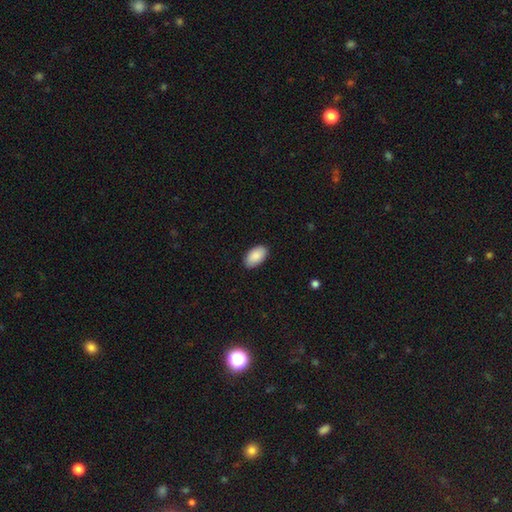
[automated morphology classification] Smooth or featured? Predicted: smooth (p=0.90). How rounded? Predicted: in between (p=0.96). Merging? Predicted: none (p=0.89).